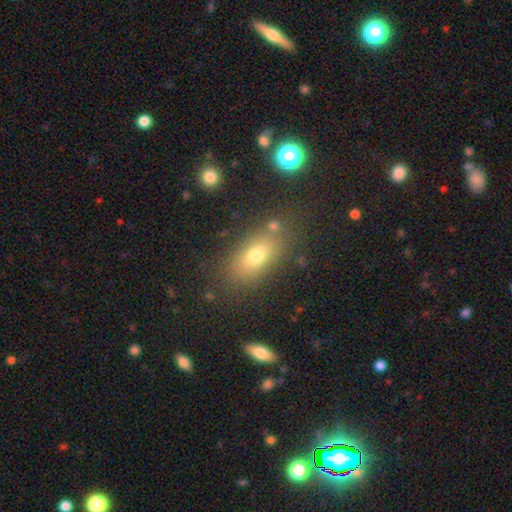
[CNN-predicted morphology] This is likely a smooth galaxy (68%). How rounded: likely in between (79%). Merging: likely none (76%).